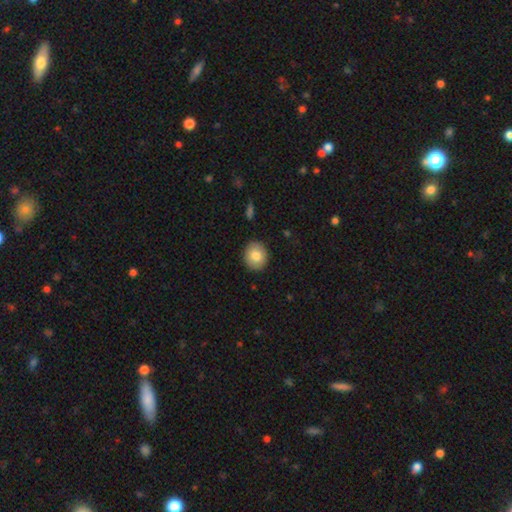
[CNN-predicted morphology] Overall: smooth (81%). How rounded: round (74%). Merging: none (90%).